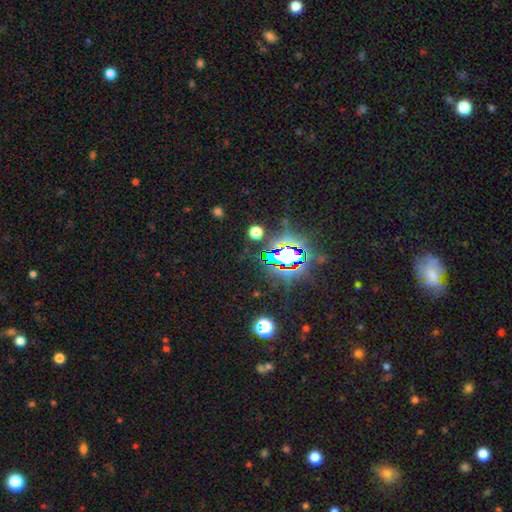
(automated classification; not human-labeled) Smooth or featured: star or artifact — 82% (smooth — 11%)